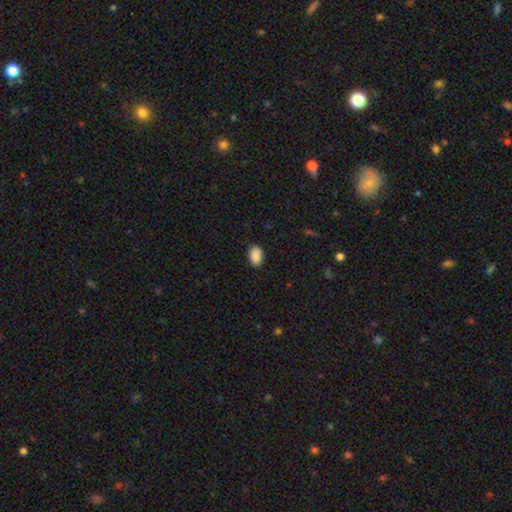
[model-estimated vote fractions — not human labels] smooth-or-featured: smooth: 90% | star or artifact: 7% | featured or disk: 3%
  how-rounded: in between: 90% | round: 9% | cigar-shaped: 1%
  merging: none: 88% | minor disturbance: 10% | major disturbance: 2% | merger: 1%